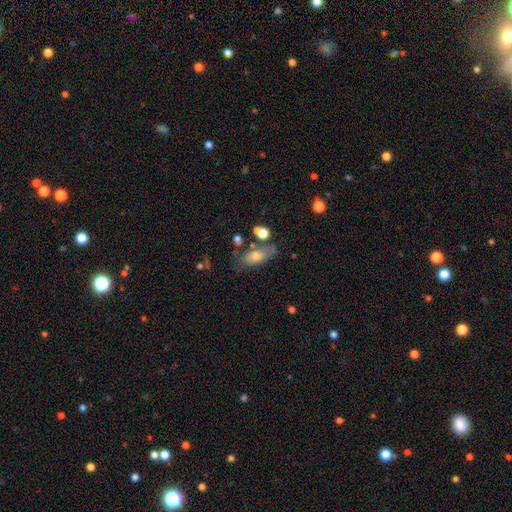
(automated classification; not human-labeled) Smooth or featured? smooth (56%)
How rounded? in between (76%)
Merging? none (55%)